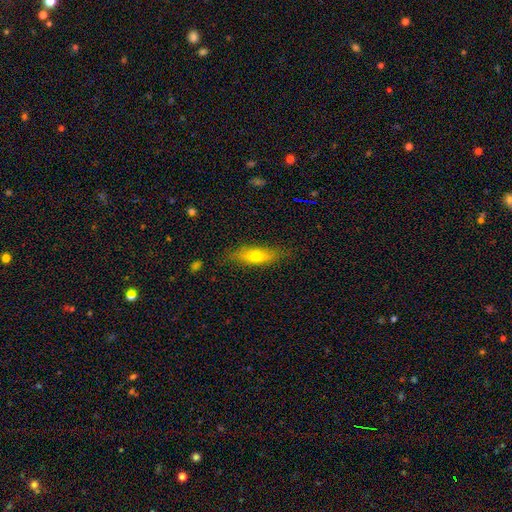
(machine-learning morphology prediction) A smooth galaxy with no disk features (64%) that is in between round and cigar-shaped (50%).

Vote fractions:
- Smooth or featured? smooth: 64% / featured or disk: 29% / star or artifact: 7%
- How rounded? in between: 50% / cigar-shaped: 47% / round: 3%
- Merging? none: 80% / minor disturbance: 15% / major disturbance: 4% / merger: 1%